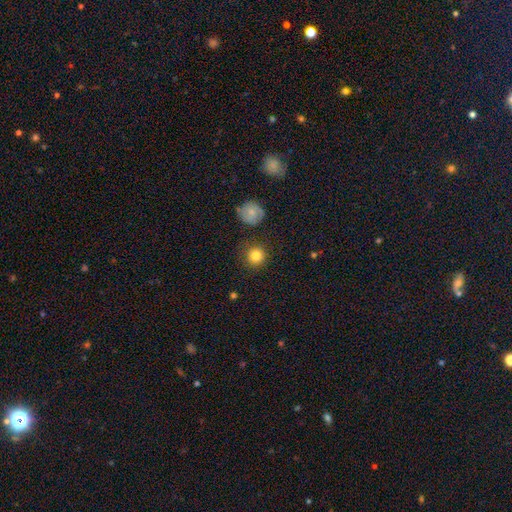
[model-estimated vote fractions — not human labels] Smooth or featured: smooth — 83% (star or artifact — 10%)
How rounded: round — 94% (in between — 5%)
Merging: none — 85% (minor disturbance — 9%)